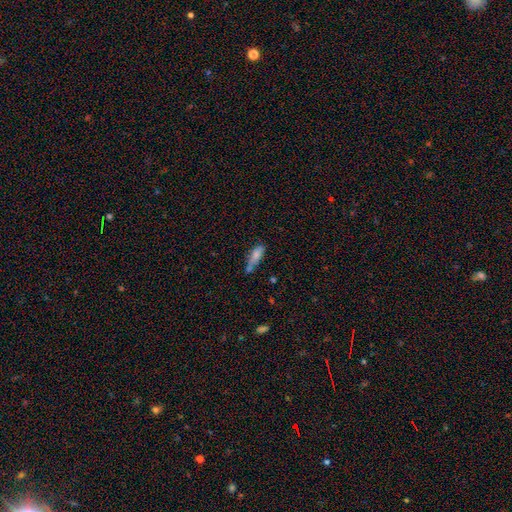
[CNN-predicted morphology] A smooth galaxy with no disk features (75%) that is in between round and cigar-shaped (60%).

Vote fractions:
- Smooth or featured? smooth: 75% / featured or disk: 17% / star or artifact: 8%
- How rounded? in between: 60% / cigar-shaped: 37% / round: 3%
- Merging? none: 39% / merger: 28% / minor disturbance: 25% / major disturbance: 8%